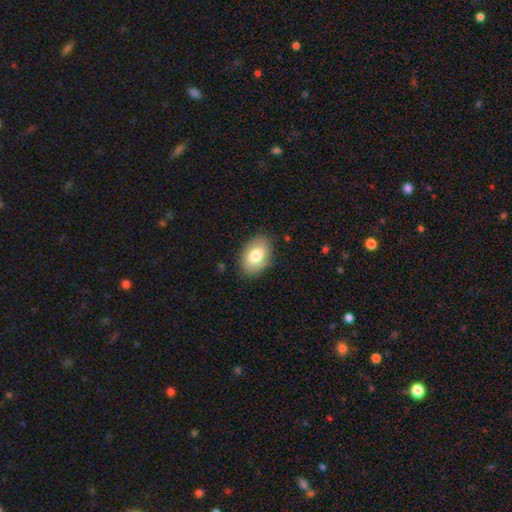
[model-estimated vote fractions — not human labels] Morphology: type=smooth (76%); roundness=in between (86%); merging=none (84%).